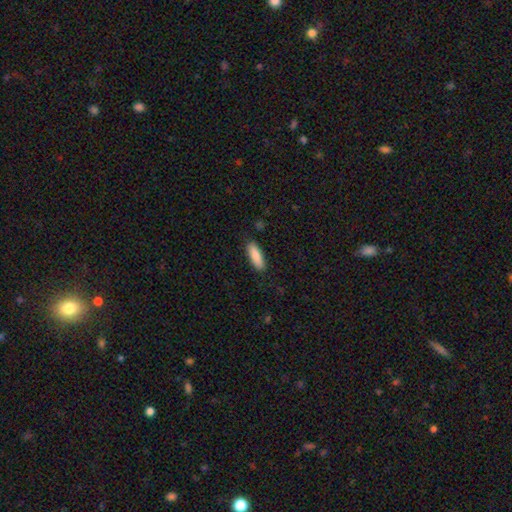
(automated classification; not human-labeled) smooth-or-featured: smooth: 87% | featured or disk: 7% | star or artifact: 6%
  how-rounded: in between: 53% | cigar-shaped: 45% | round: 2%
  merging: none: 88% | minor disturbance: 9% | major disturbance: 2% | merger: 1%